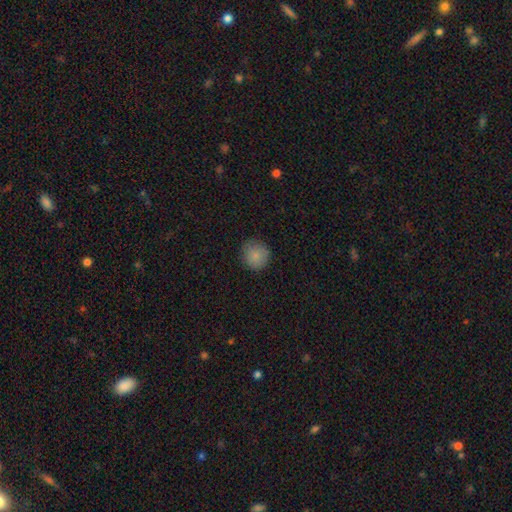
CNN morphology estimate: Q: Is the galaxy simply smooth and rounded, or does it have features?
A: smooth — 85%.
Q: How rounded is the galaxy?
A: round — 91%.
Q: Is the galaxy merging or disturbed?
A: none — 86%.